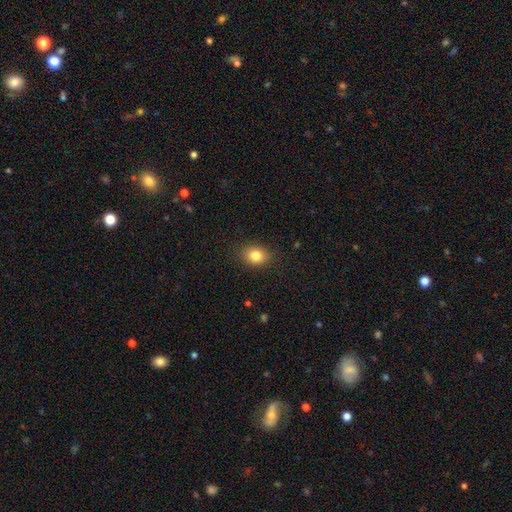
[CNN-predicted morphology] Smooth or featured? Predicted: smooth (p=0.82). How rounded? Predicted: in between (p=0.57). Merging? Predicted: none (p=0.87).